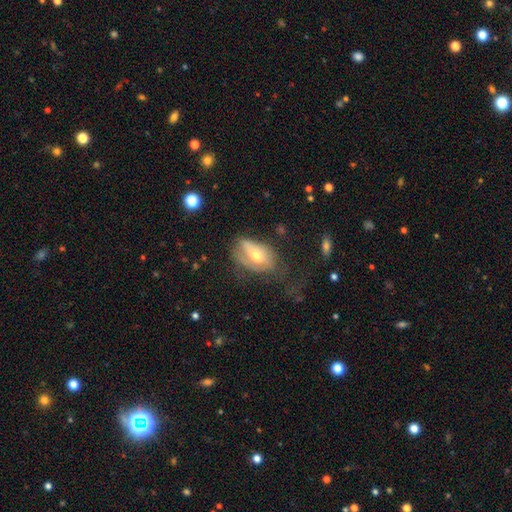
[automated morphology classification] A smooth galaxy with no disk features (48%).

Vote fractions:
- Smooth or featured? smooth: 48% / featured or disk: 44% / star or artifact: 8%
- Merging? none: 36% / major disturbance: 31% / minor disturbance: 30% / merger: 3%